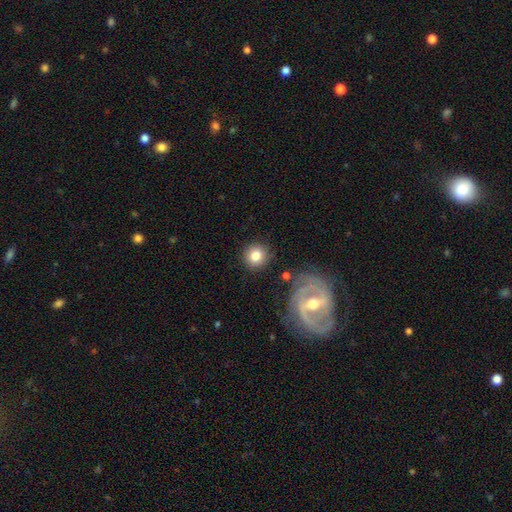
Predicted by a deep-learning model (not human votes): Q: Smooth or featured?
A: smooth (80%); runner-up: featured or disk (11%)
Q: How rounded?
A: round (91%); runner-up: in between (8%)
Q: Merging?
A: none (85%); runner-up: minor disturbance (8%)